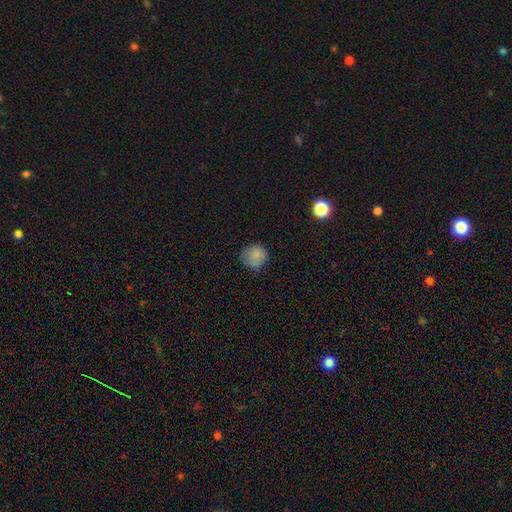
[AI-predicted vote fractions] Morphology: type=smooth (83%); roundness=round (85%); merging=none (68%).